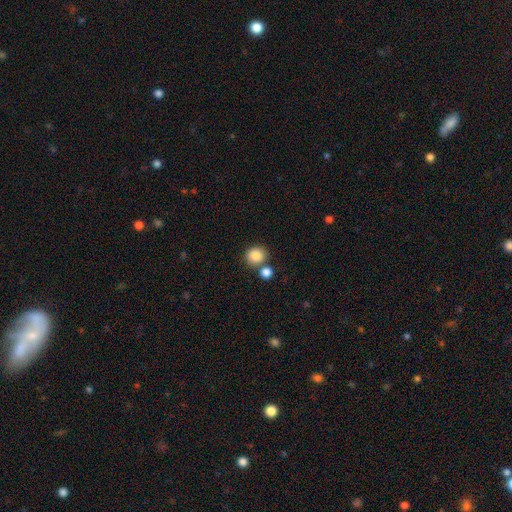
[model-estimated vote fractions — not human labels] A smooth galaxy with no disk features (86%) that is round (85%). Merging: none (66%).